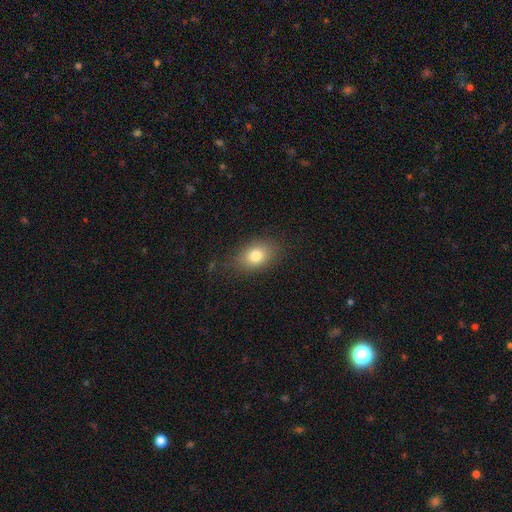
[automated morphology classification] Q: Smooth or featured?
A: smooth (79%); runner-up: featured or disk (11%)
Q: How rounded?
A: in between (76%); runner-up: round (22%)
Q: Merging?
A: none (79%); runner-up: minor disturbance (15%)